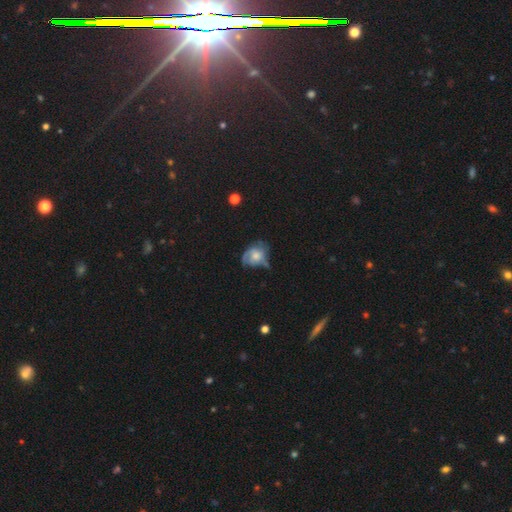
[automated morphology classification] smooth-or-featured: featured or disk: 47% | smooth: 44% | star or artifact: 8%
  merging: none: 36% | minor disturbance: 33% | major disturbance: 23% | merger: 7%